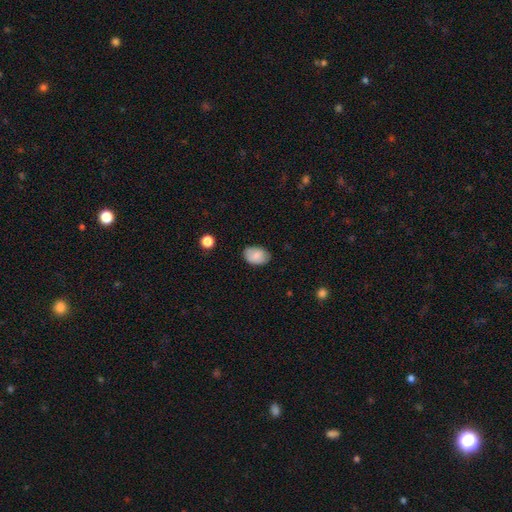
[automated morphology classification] The model was most divided on "merging": none: 77%, minor disturbance: 18%, major disturbance: 3%, merger: 1%. More confident: how rounded — in between (85%); smooth or featured — smooth (85%).